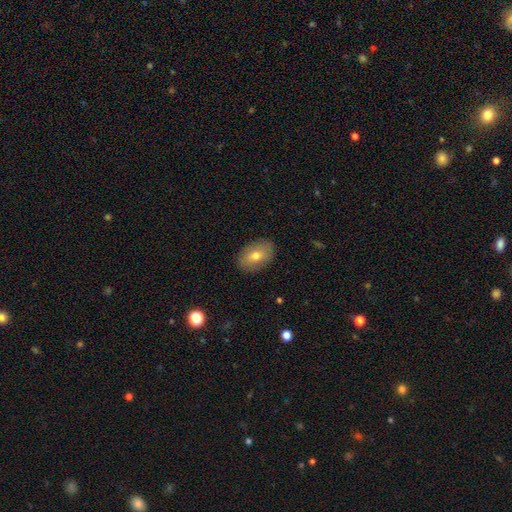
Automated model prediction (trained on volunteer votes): Overall: smooth (72%). How rounded: in between (85%). Merging: none (87%).